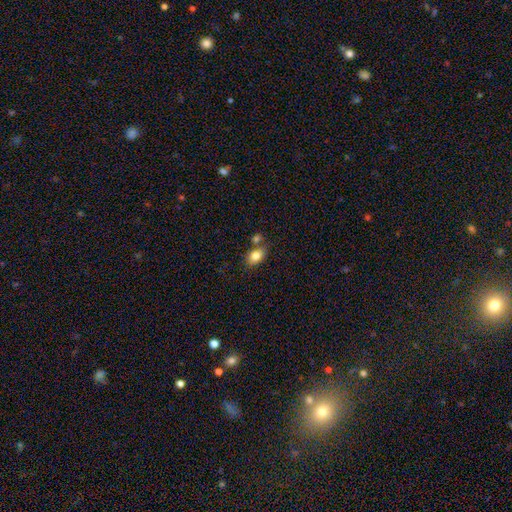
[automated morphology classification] A smooth galaxy with no disk features (82%) that is in between round and cigar-shaped (82%).

Vote fractions:
- Smooth or featured? smooth: 82% / featured or disk: 10% / star or artifact: 8%
- How rounded? in between: 82% / round: 16% / cigar-shaped: 2%
- Merging? none: 59% / merger: 23% / minor disturbance: 14% / major disturbance: 4%